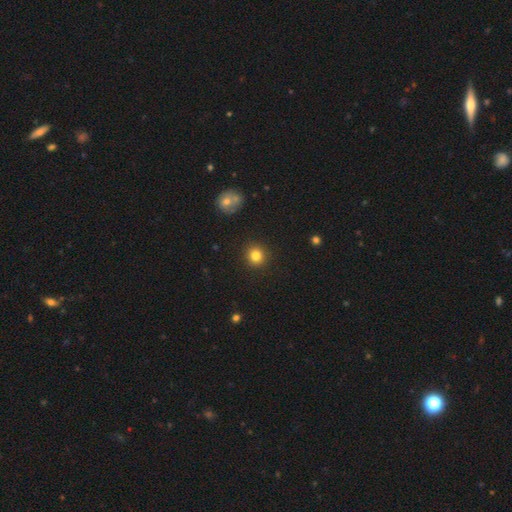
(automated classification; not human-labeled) This is clearly a smooth galaxy (82%). How rounded: clearly round (91%). Merging: clearly none (91%).